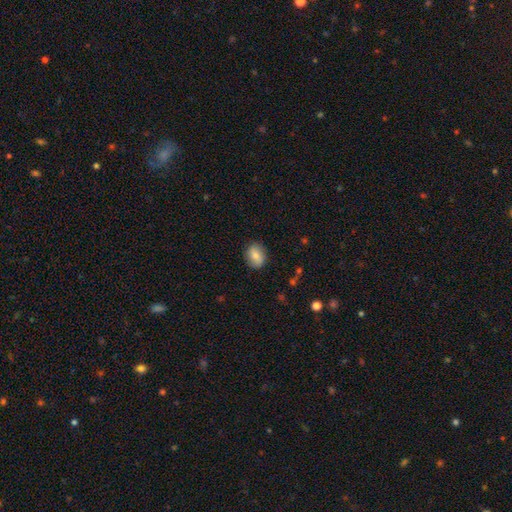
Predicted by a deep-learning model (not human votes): Smooth or featured: smooth — 77% (featured or disk — 15%)
How rounded: in between — 58% (round — 40%)
Merging: none — 85% (minor disturbance — 11%)